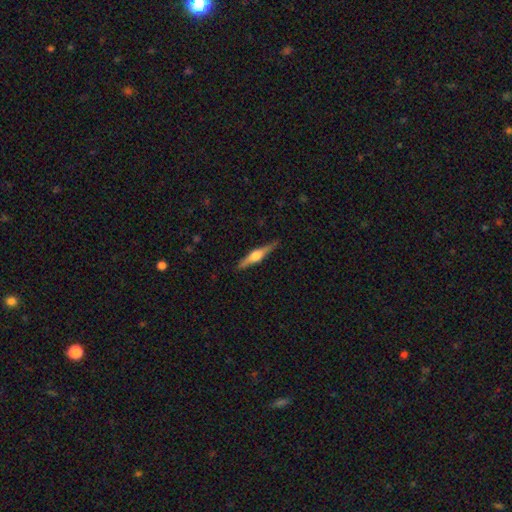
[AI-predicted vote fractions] Smooth or featured: featured or disk — 69% (smooth — 26%)
Edge-on disk: yes — 97% (no — 3%)
Edge-on bulge: rounded — 92% (boxy — 6%)
Merging: none — 89% (minor disturbance — 9%)